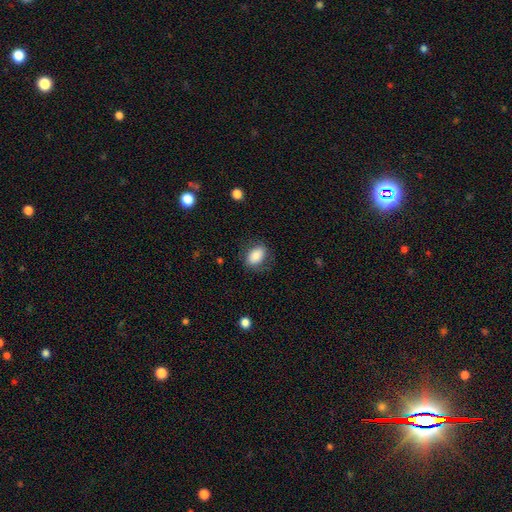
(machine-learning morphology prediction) Q: Smooth or featured?
A: smooth (82%); runner-up: featured or disk (11%)
Q: How rounded?
A: in between (85%); runner-up: round (14%)
Q: Merging?
A: none (73%); runner-up: minor disturbance (18%)